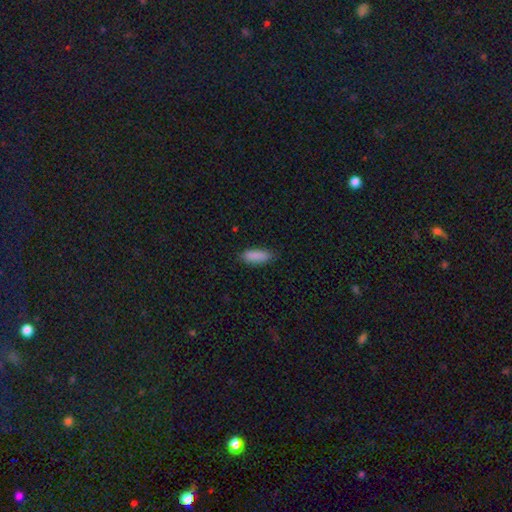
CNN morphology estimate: Smooth or featured? Predicted: smooth (p=0.88). How rounded? Predicted: in between (p=0.65). Merging? Predicted: none (p=0.80).